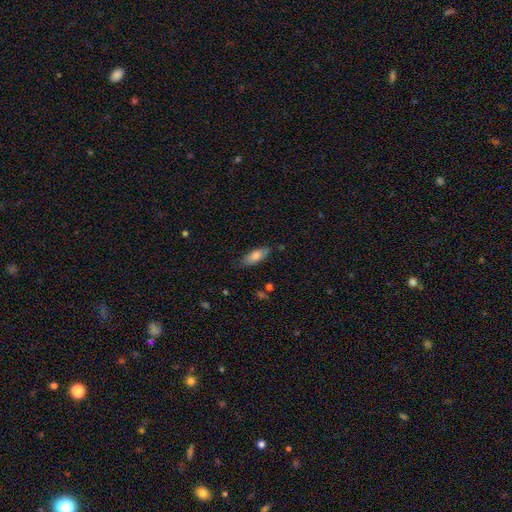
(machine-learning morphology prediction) Smooth or featured? smooth (77%)
How rounded? in between (73%)
Merging? none (78%)